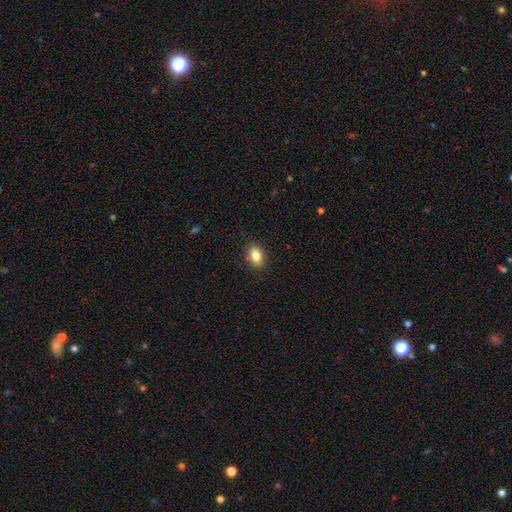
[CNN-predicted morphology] smooth 83%, star or artifact 9%, featured or disk 8%. Down the decision tree: how rounded — in between (78%); merging — none (88%).